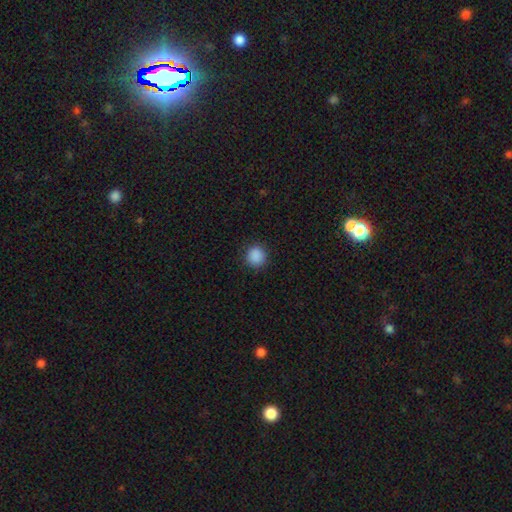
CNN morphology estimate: Smooth or featured? smooth (89%)
How rounded? round (91%)
Merging? none (90%)